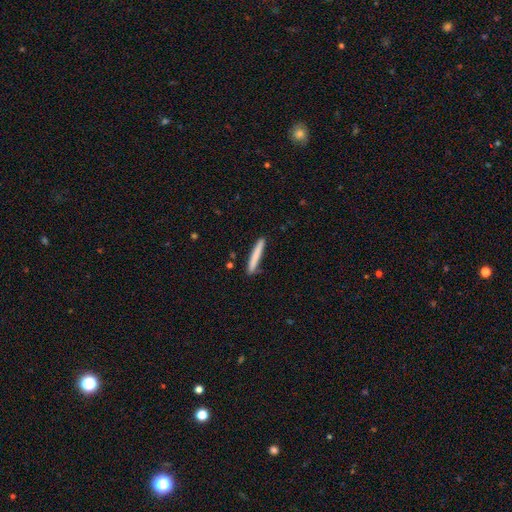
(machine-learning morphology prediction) Smooth or featured: smooth — 78% (featured or disk — 17%)
How rounded: cigar-shaped — 96% (in between — 3%)
Merging: none — 89% (minor disturbance — 8%)